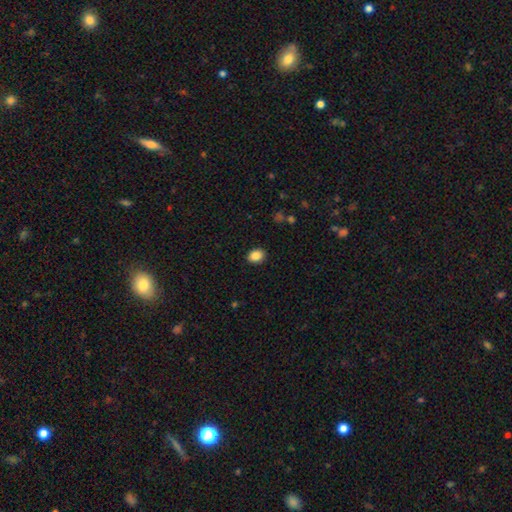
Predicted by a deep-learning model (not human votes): Smooth or featured?
  - smooth: 86% *
  - star or artifact: 9%
  - featured or disk: 5%
How rounded?
  - in between: 57% *
  - round: 42%
  - cigar-shaped: 1%
Merging?
  - none: 90% *
  - minor disturbance: 7%
  - major disturbance: 2%
  - merger: 1%